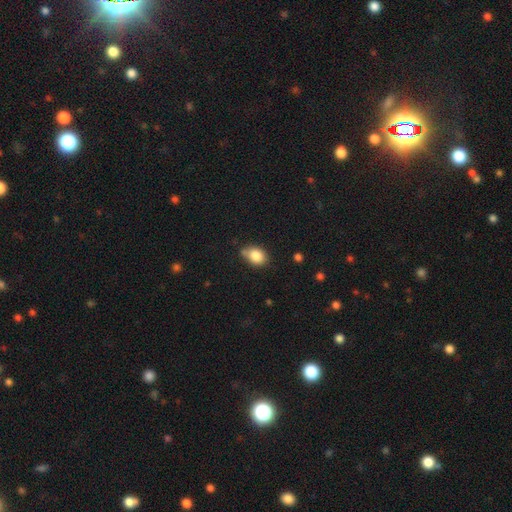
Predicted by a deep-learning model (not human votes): smooth_or_featured: smooth (p=0.84) [alt: star or artifact p=0.09]
how_rounded: in between (p=0.72) [alt: round p=0.26]
merging: none (p=0.61) [alt: minor disturbance p=0.27]